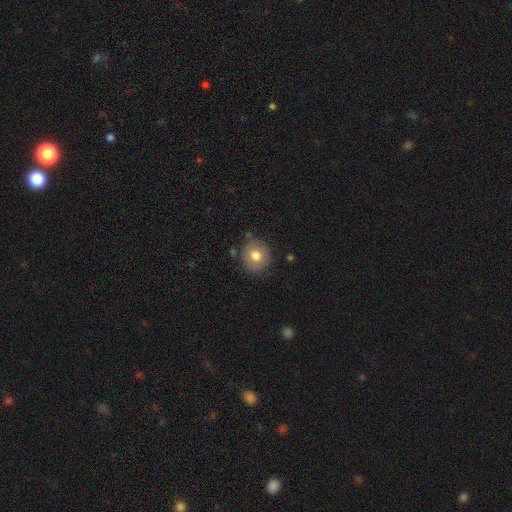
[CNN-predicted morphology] smooth 77%, featured or disk 14%, star or artifact 10%. Down the decision tree: how rounded — round (86%); merging — none (83%).